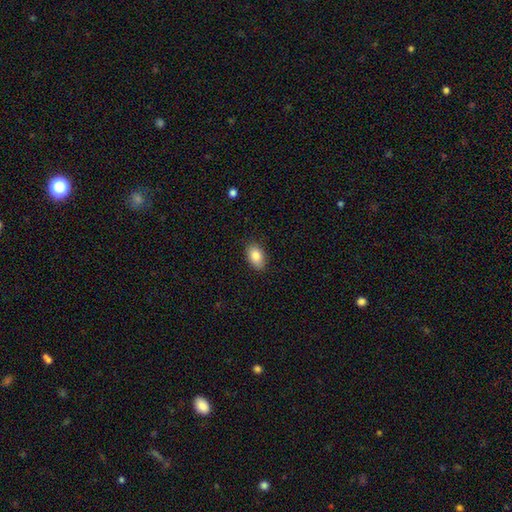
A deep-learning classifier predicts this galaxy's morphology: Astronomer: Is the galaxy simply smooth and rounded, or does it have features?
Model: smooth — 85%.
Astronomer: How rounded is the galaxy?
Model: in between — 90%.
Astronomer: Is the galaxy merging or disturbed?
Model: none — 87%.